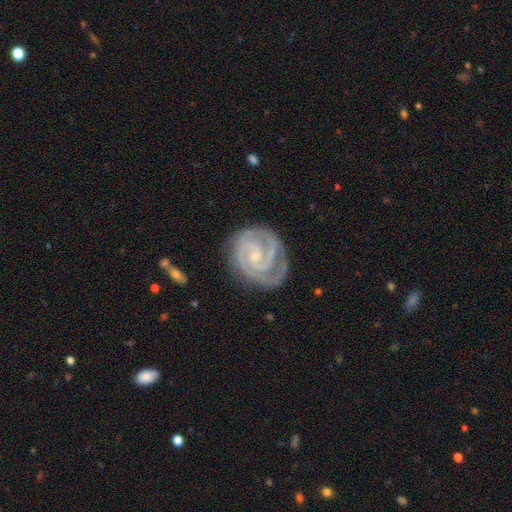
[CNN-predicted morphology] This is clearly a featured or disk galaxy (92%). It is clearly not viewed edge-on (98%). Bar: possibly no (50%). Spiral arm pattern: clearly yes (99%). Spiral arm count: likely 2 (64%). Spiral winding: likely tight (76%). Central bulge: likely small (75%). Merging: likely none (77%).